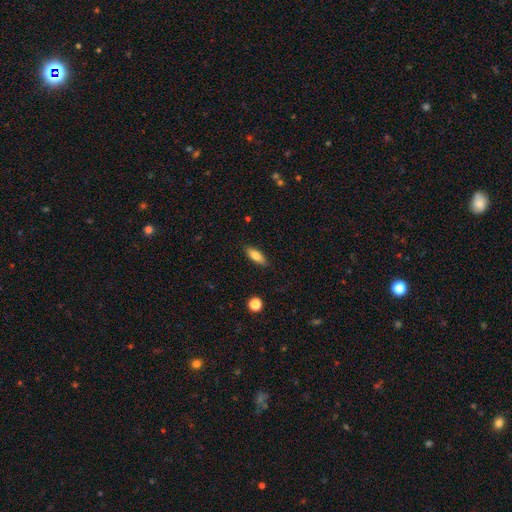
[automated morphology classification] Smooth or featured? Predicted: smooth (p=0.78). How rounded? Predicted: in between (p=0.70). Merging? Predicted: none (p=0.86).